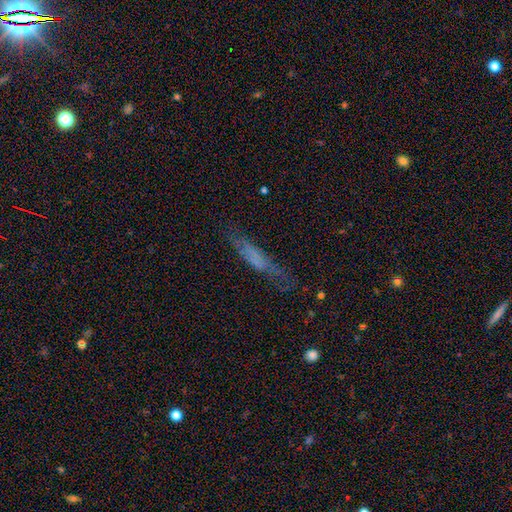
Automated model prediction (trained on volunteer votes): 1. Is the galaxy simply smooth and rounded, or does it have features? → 41% smooth, 38% featured or disk, 21% star or artifact.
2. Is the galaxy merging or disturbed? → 70% none, 20% minor disturbance, 8% major disturbance, 2% merger.